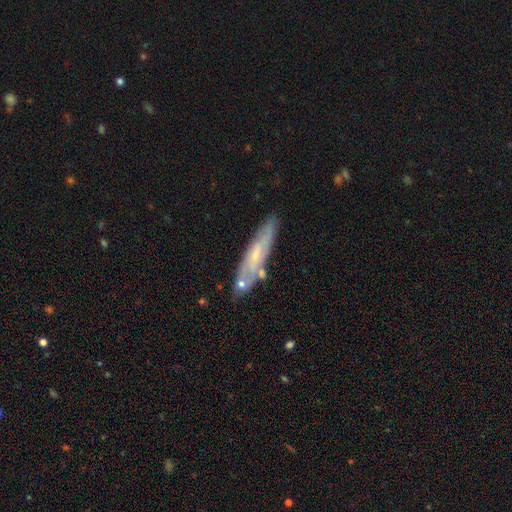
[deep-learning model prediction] Smooth or featured: featured or disk — 53% (smooth — 39%)
Edge-on disk: yes — 50% (tied with no — 50%)
Merging: none — 68% (minor disturbance — 18%)